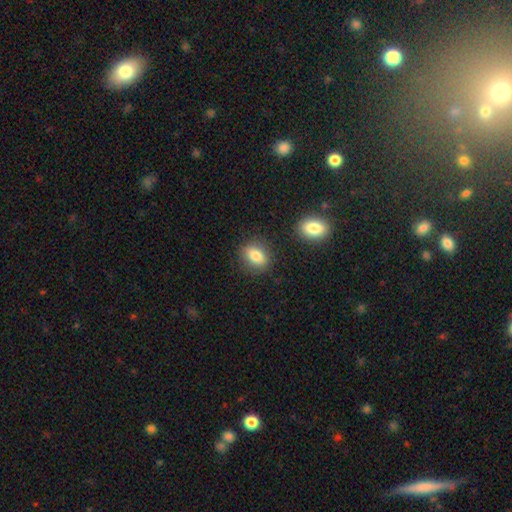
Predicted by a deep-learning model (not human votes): smooth_or_featured: smooth (p=0.82) [alt: featured or disk p=0.09]
how_rounded: in between (p=0.67) [alt: round p=0.30]
merging: none (p=0.83) [alt: minor disturbance p=0.11]